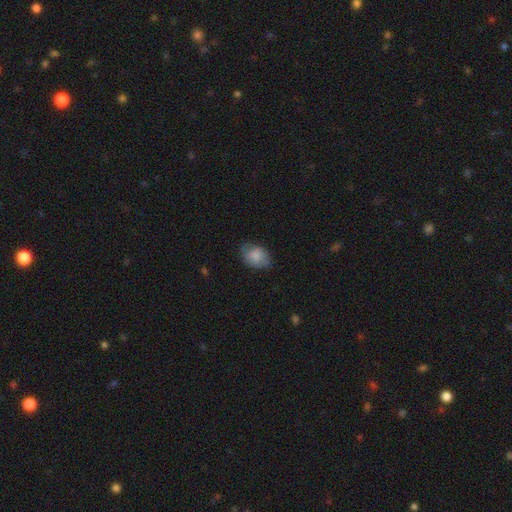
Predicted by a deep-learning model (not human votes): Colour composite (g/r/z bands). It shows a smooth galaxy with no disk features (71%) that is in between round and cigar-shaped (73%). Merging: none (67%).